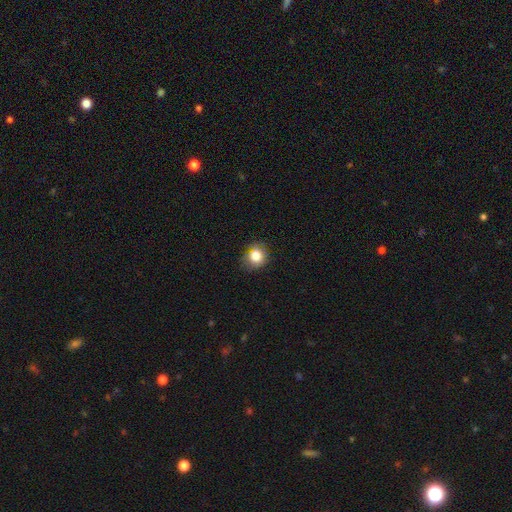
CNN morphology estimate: Smooth or featured?
  - smooth: 81% *
  - star or artifact: 11%
  - featured or disk: 8%
How rounded?
  - round: 73% *
  - in between: 26%
  - cigar-shaped: 1%
Merging?
  - none: 74% *
  - minor disturbance: 20%
  - major disturbance: 5%
  - merger: 1%